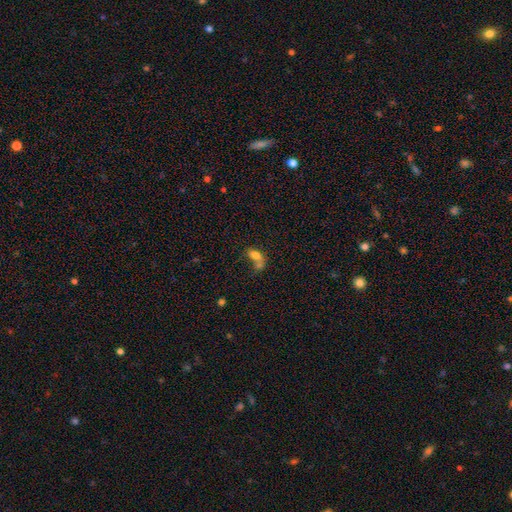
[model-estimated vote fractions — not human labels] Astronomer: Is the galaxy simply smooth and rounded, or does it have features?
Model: smooth — 73%.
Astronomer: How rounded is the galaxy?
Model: in between — 81%.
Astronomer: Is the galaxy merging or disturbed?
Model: merger — 56%.